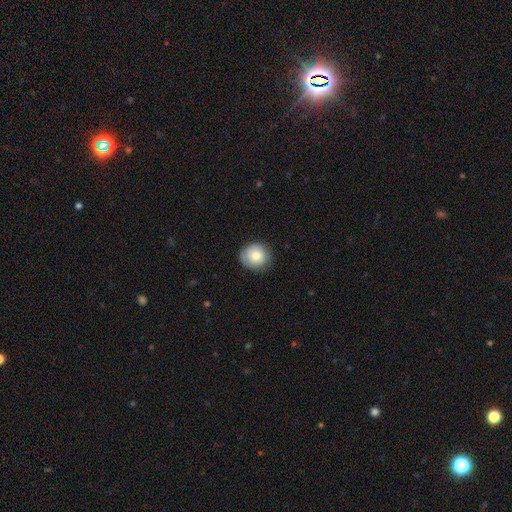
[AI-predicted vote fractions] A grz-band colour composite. It shows a smooth galaxy with no disk features (77%) that is round (88%). Merging: none (81%).